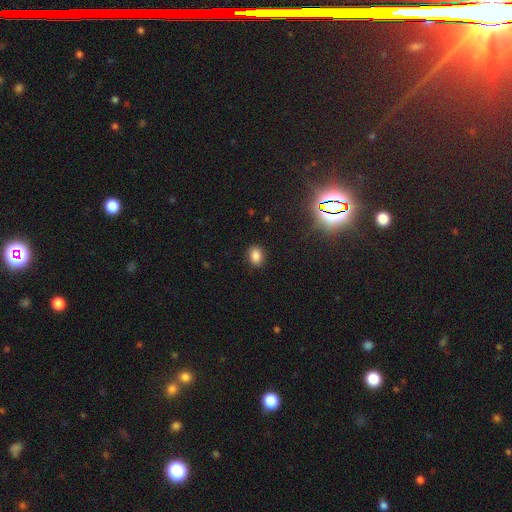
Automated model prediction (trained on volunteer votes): smooth-or-featured: smooth: 84% | star or artifact: 12% | featured or disk: 4%
  how-rounded: in between: 67% | round: 31% | cigar-shaped: 1%
  merging: none: 89% | minor disturbance: 8% | major disturbance: 2% | merger: 1%